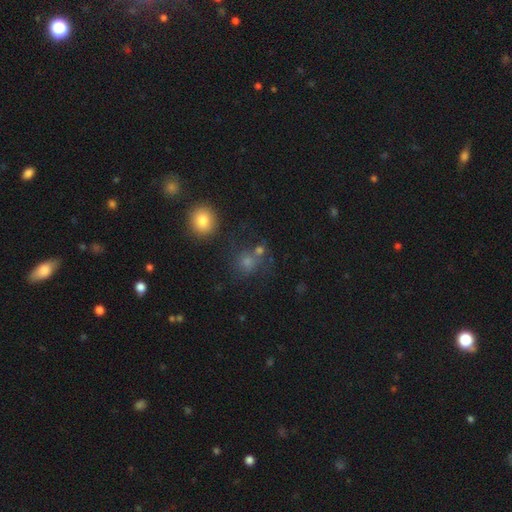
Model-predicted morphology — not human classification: Q: Smooth or featured?
A: smooth (57%); runner-up: star or artifact (30%)
Q: How rounded?
A: round (83%); runner-up: in between (16%)
Q: Merging?
A: none (60%); runner-up: merger (22%)